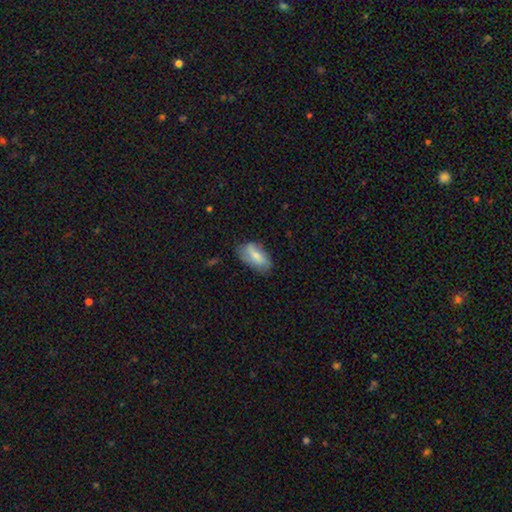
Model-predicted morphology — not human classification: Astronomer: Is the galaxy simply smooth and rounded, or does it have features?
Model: smooth — 65%.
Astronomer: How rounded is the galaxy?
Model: in between — 91%.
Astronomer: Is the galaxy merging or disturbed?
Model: none — 62%.